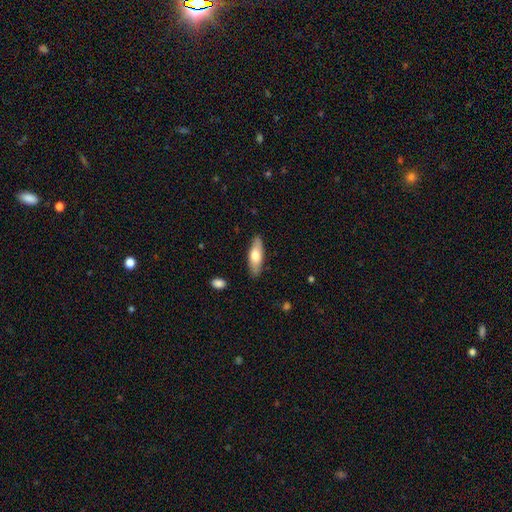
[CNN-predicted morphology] This is likely a smooth galaxy (66%). How rounded: possibly in between (60%). Merging: clearly none (85%).